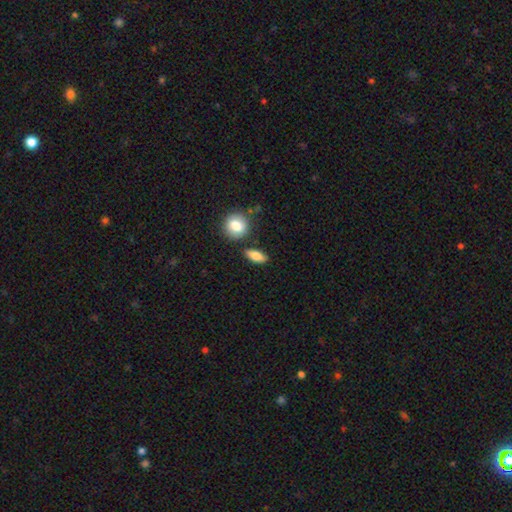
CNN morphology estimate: smooth 80%, featured or disk 12%, star or artifact 7%. Down the decision tree: how rounded — in between (75%); merging — none (82%).